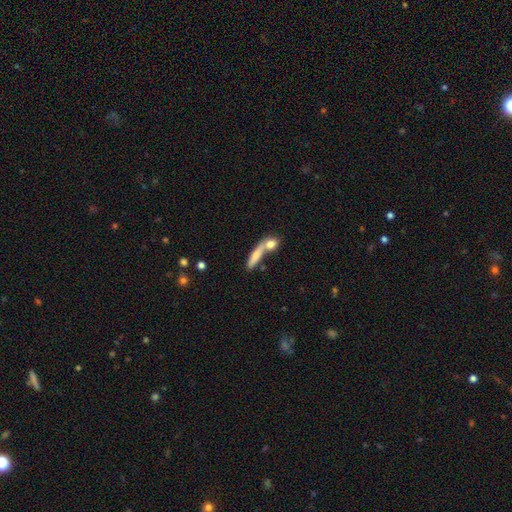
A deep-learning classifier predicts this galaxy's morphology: A smooth galaxy with no disk features (70%) that is cigar-shaped (66%).

Vote fractions:
- Smooth or featured? smooth: 70% / featured or disk: 22% / star or artifact: 8%
- How rounded? cigar-shaped: 66% / in between: 27% / round: 7%
- Merging? merger: 47% / none: 37% / minor disturbance: 10% / major disturbance: 6%